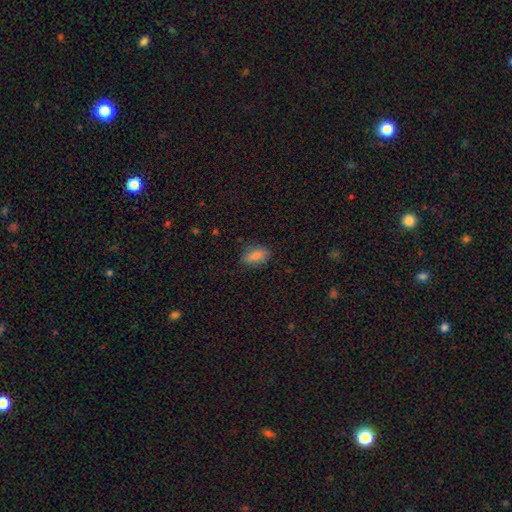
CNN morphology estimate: A smooth galaxy with no disk features (77%) that is in between round and cigar-shaped (85%). Merging: none (81%).